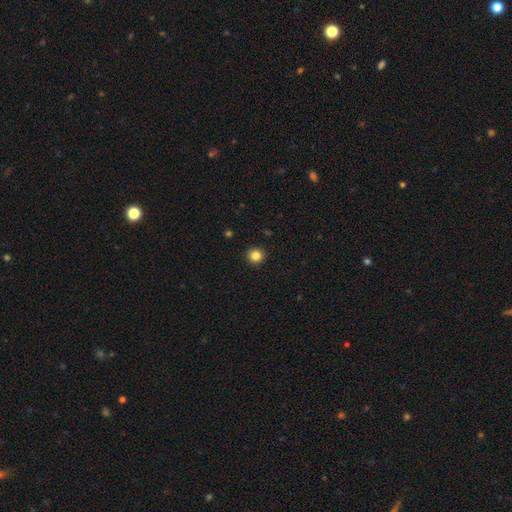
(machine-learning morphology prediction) type=smooth (84%); roundness=round (94%); merging=none (93%).